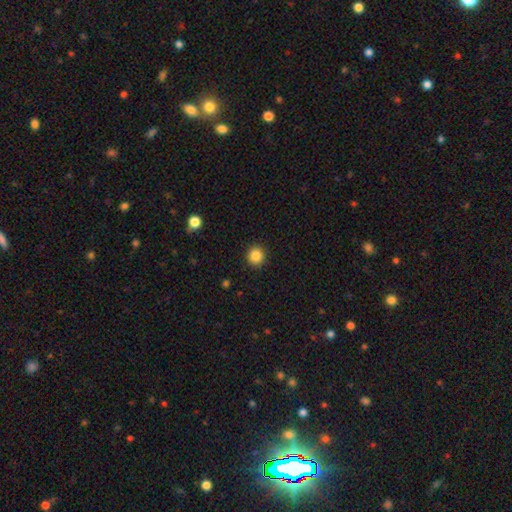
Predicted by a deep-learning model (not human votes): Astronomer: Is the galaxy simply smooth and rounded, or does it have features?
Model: smooth — 87%.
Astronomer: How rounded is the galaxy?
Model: round — 91%.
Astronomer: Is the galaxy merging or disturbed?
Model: none — 91%.